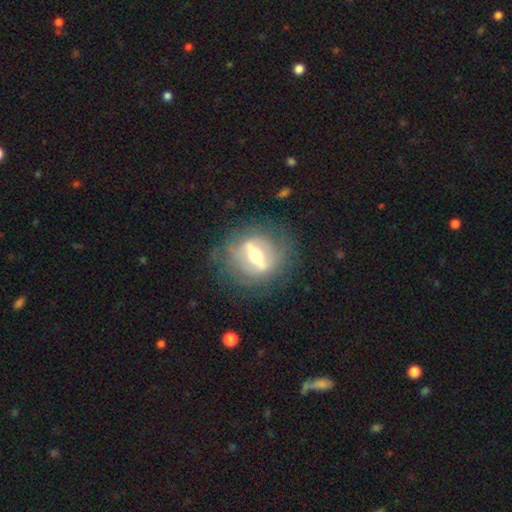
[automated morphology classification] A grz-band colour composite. It shows a featured or disk galaxy (78%) with a strong bar (76%), no spiral arms (64%) and a moderate central bulge (65%). Merging: none (76%).